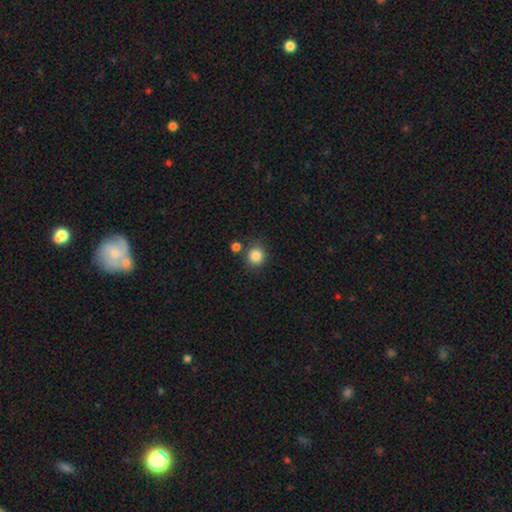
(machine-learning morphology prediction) Smooth or featured: smooth — 85% (star or artifact — 11%)
How rounded: round — 91% (in between — 9%)
Merging: none — 80% (minor disturbance — 9%)